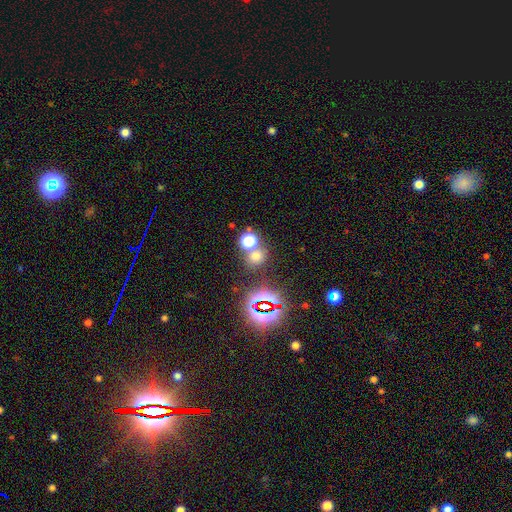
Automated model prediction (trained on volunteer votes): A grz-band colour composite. It shows a smooth galaxy with no disk features (60%) that is round (78%). Merging: none (65%).